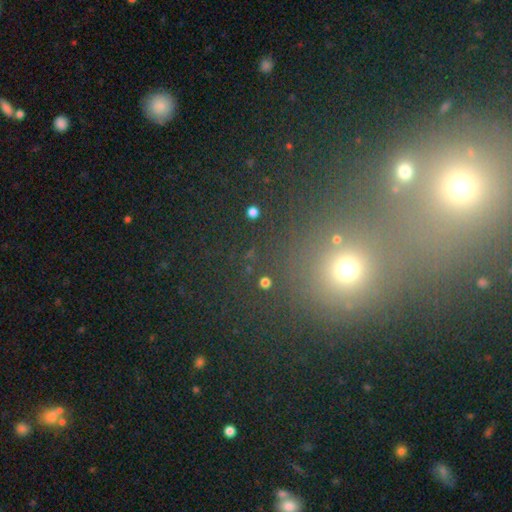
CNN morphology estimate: type=star or artifact (46%).